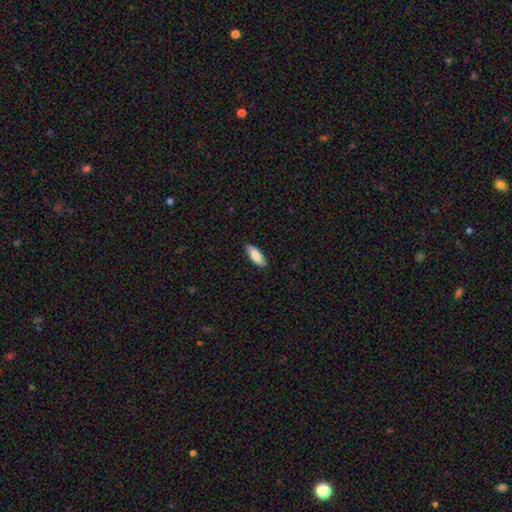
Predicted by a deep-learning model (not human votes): The model was most divided on "how rounded": in between: 67%, cigar-shaped: 31%, round: 2%. More confident: merging — none (86%); smooth or featured — smooth (82%).